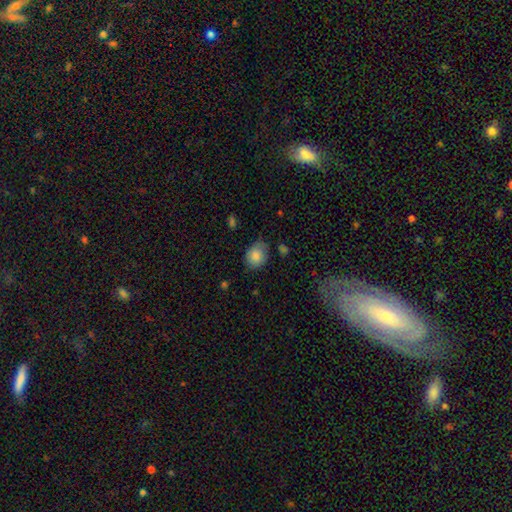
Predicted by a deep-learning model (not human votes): The model was most divided on "how rounded": round: 51%, in between: 48%, cigar-shaped: 1%. More confident: smooth or featured — smooth (83%); merging — none (68%).